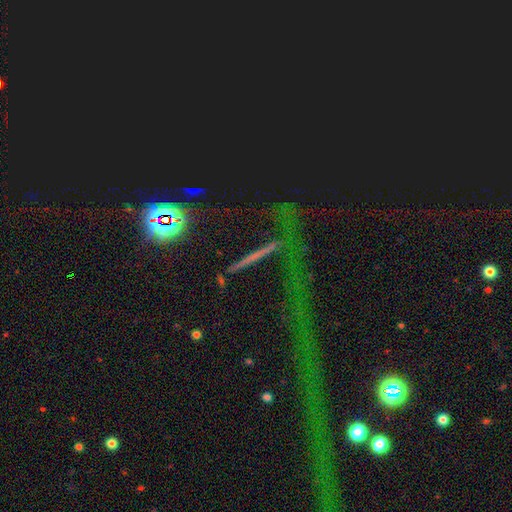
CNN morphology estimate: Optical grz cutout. It shows a star or artifact, not a galaxy (52%).